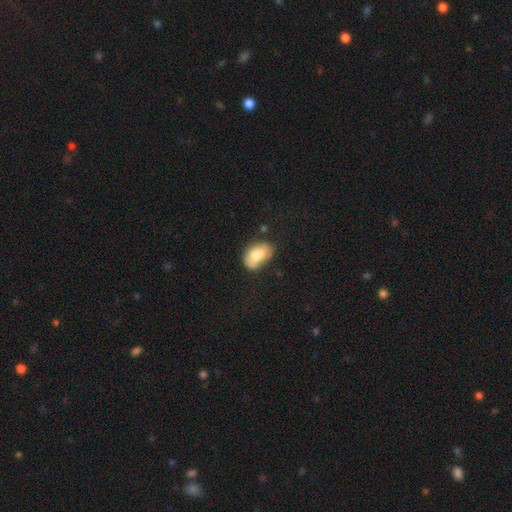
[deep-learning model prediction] Smooth or featured?
  - smooth: 74% *
  - featured or disk: 18%
  - star or artifact: 7%
How rounded?
  - in between: 89% *
  - round: 10%
  - cigar-shaped: 1%
Merging?
  - none: 49% *
  - minor disturbance: 31%
  - merger: 10%
  - major disturbance: 10%